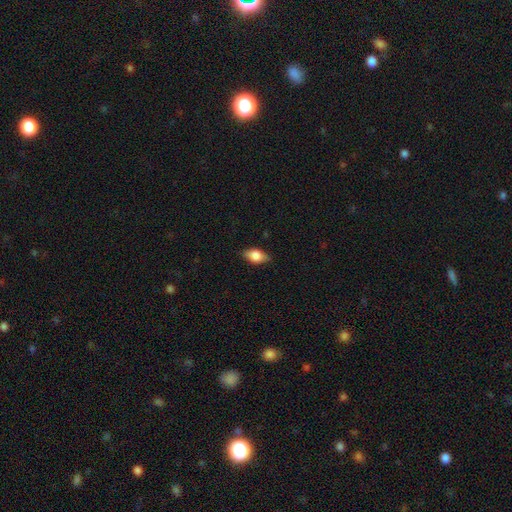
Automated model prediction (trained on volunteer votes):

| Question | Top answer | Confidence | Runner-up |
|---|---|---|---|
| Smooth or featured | smooth | 73% | featured or disk (19%) |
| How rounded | in between | 87% | round (8%) |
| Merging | none | 82% | minor disturbance (15%) |